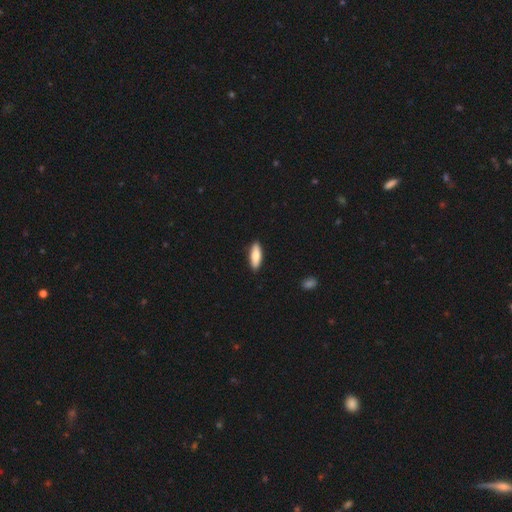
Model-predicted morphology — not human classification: Smooth or featured?
  - smooth: 80% *
  - featured or disk: 15%
  - star or artifact: 5%
How rounded?
  - in between: 57% *
  - cigar-shaped: 41%
  - round: 2%
Merging?
  - none: 90% *
  - minor disturbance: 7%
  - major disturbance: 1%
  - merger: 1%